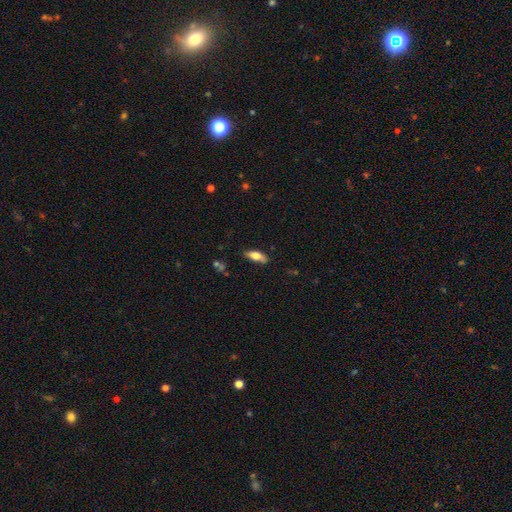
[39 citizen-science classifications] Smooth or featured?
  - smooth: 77% *
  - featured or disk: 21%
  - star or artifact: 3%
How rounded?
  - in between: 80% *
  - cigar-shaped: 20%
  - round: 0%
Merging?
  - none: 61% *
  - minor disturbance: 34%
  - major disturbance: 5%
  - merger: 0%